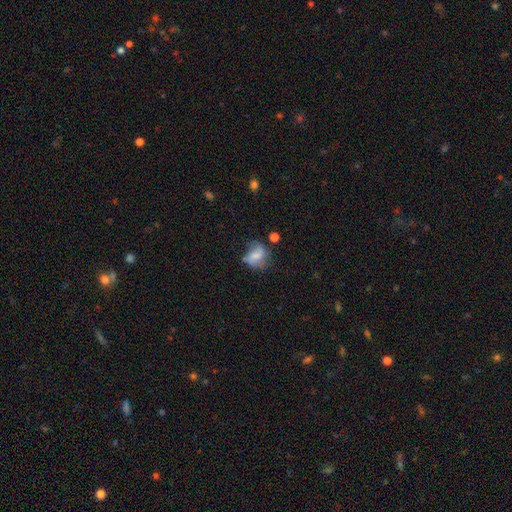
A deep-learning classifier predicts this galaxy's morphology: Q: Smooth or featured?
A: smooth (53%); runner-up: featured or disk (37%)
Q: How rounded?
A: in between (55%); runner-up: round (43%)
Q: Merging?
A: none (41%); runner-up: minor disturbance (29%)